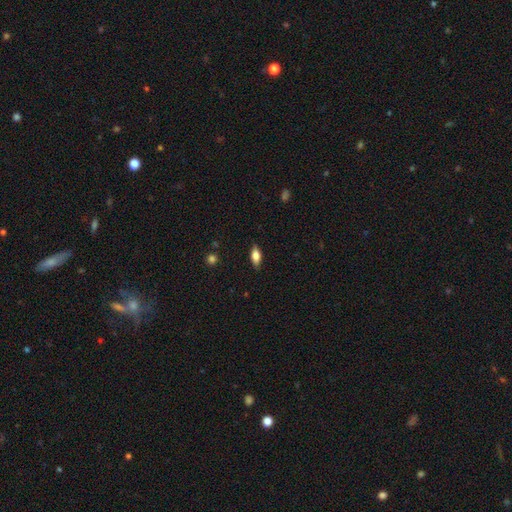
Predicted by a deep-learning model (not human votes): A smooth galaxy with no disk features (71%) that is in between round and cigar-shaped (78%). Merging: none (87%).